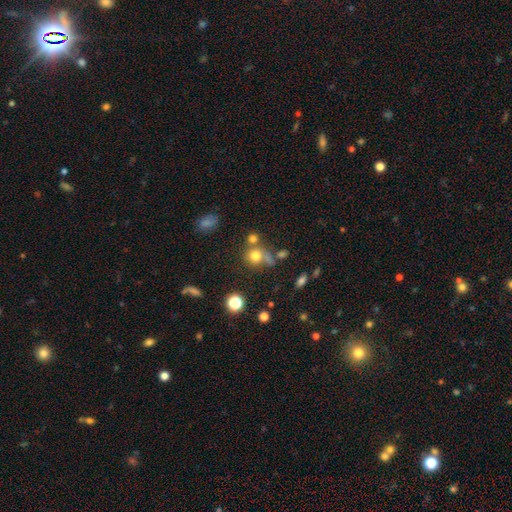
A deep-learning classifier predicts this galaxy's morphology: smooth-or-featured: smooth: 73% | star or artifact: 16% | featured or disk: 11%
  how-rounded: round: 84% | in between: 14% | cigar-shaped: 1%
  merging: none: 50% | merger: 25% | minor disturbance: 15% | major disturbance: 10%